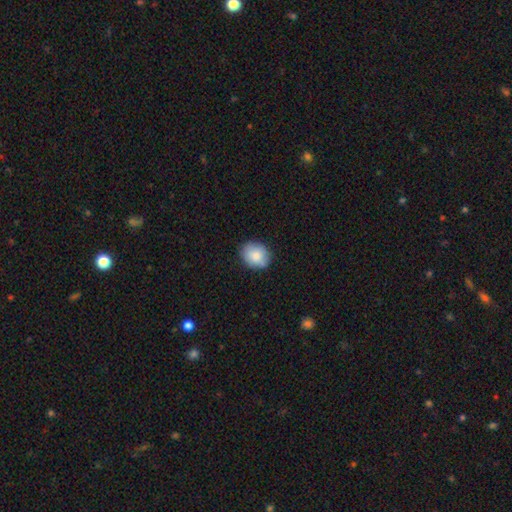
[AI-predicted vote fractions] smooth 84%, featured or disk 9%, star or artifact 7%. Down the decision tree: how rounded — in between (50%, tied with round); merging — none (85%).